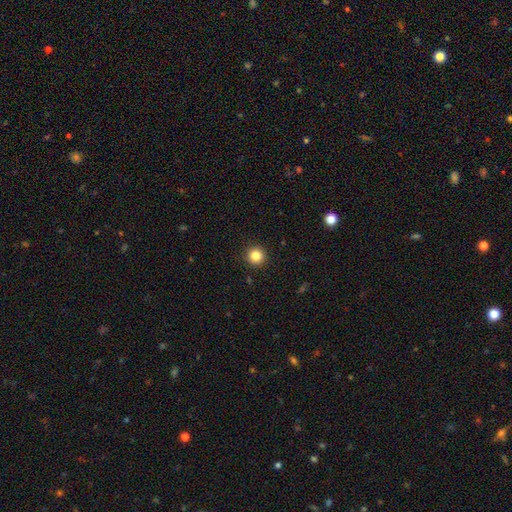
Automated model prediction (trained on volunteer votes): Smooth or featured: smooth — 85% (star or artifact — 11%)
How rounded: round — 96% (in between — 3%)
Merging: none — 93% (minor disturbance — 4%)